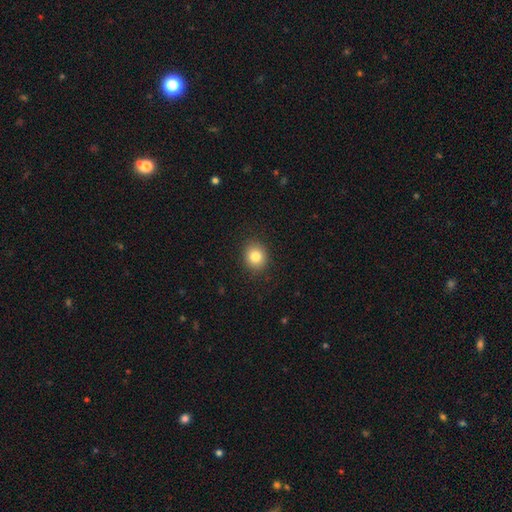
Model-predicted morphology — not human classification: This appears to be a smooth galaxy with no disk features (83%) that is round (67%). Merging: none (90%).